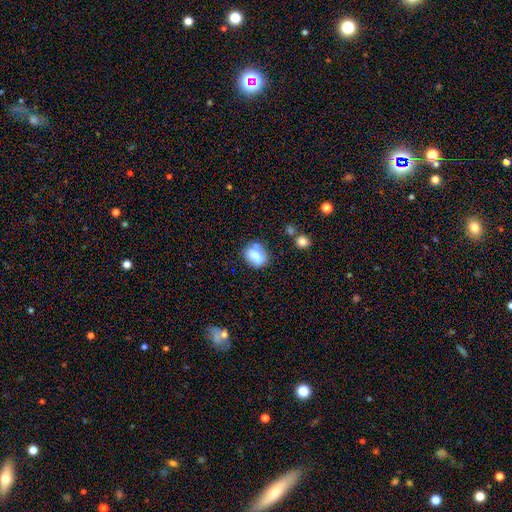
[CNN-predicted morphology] A smooth galaxy with no disk features (69%) that is in between round and cigar-shaped (50%). Merging: none (60%).